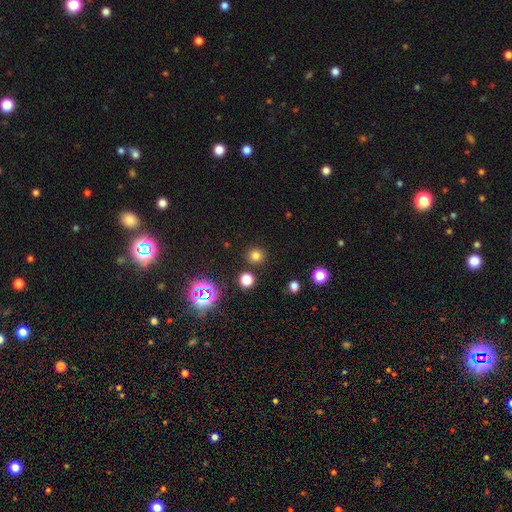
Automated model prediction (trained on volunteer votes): smooth 74%, star or artifact 21%, featured or disk 6%. Down the decision tree: how rounded — round (92%); merging — none (87%).